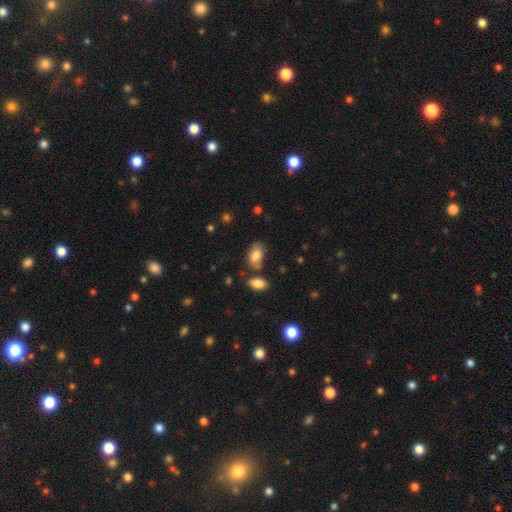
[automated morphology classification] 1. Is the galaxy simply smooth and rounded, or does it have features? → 79% smooth, 13% featured or disk, 8% star or artifact.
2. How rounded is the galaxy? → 92% in between, 6% round, 2% cigar-shaped.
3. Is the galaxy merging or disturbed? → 60% none, 22% minor disturbance, 10% merger, 7% major disturbance.